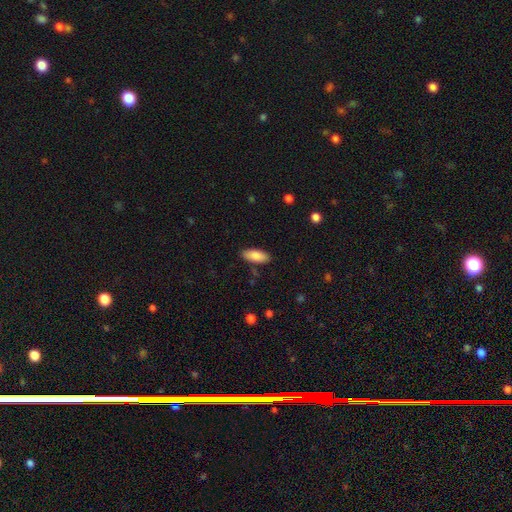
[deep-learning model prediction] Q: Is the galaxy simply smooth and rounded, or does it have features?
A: smooth — 87%.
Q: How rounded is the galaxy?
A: in between — 79%.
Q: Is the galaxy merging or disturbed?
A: none — 86%.